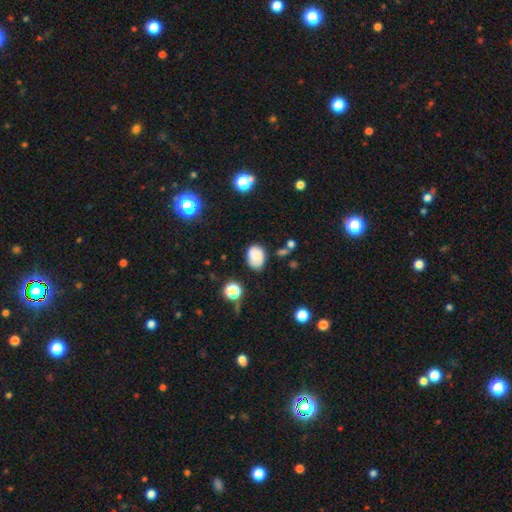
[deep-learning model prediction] A smooth galaxy with no disk features (75%) that is in between round and cigar-shaped (74%). Merging: none (64%).